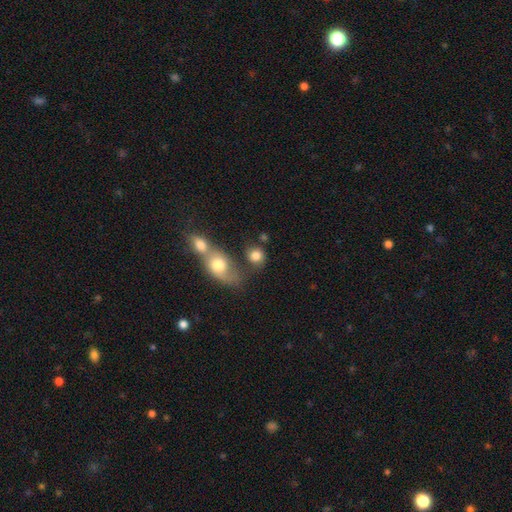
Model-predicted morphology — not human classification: Smooth or featured? Predicted: smooth (p=0.79). How rounded? Predicted: round (p=0.69). Merging? Predicted: none (p=0.47).